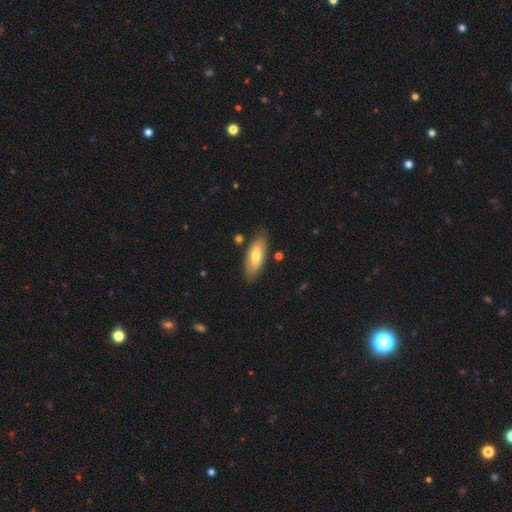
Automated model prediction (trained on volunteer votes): Q: Smooth or featured?
A: smooth (62%); runner-up: featured or disk (32%)
Q: How rounded?
A: in between (75%); runner-up: cigar-shaped (23%)
Q: Merging?
A: none (82%); runner-up: minor disturbance (13%)